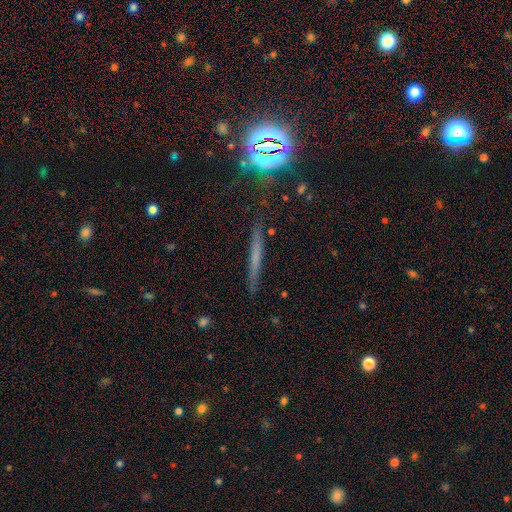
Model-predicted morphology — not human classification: type=smooth (44%); merging=none (83%).